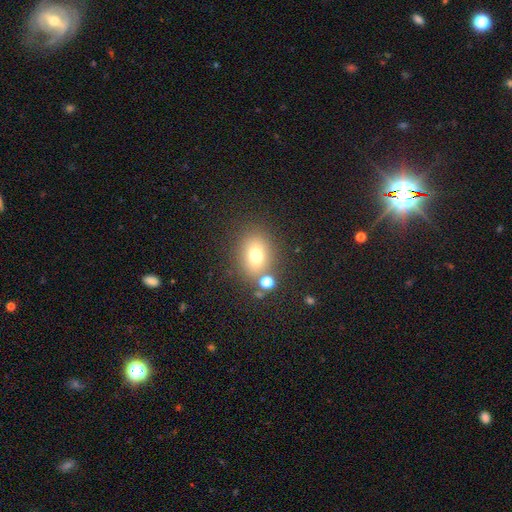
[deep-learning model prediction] Smooth or featured? smooth (72%)
How rounded? in between (50%)
Merging? none (74%)